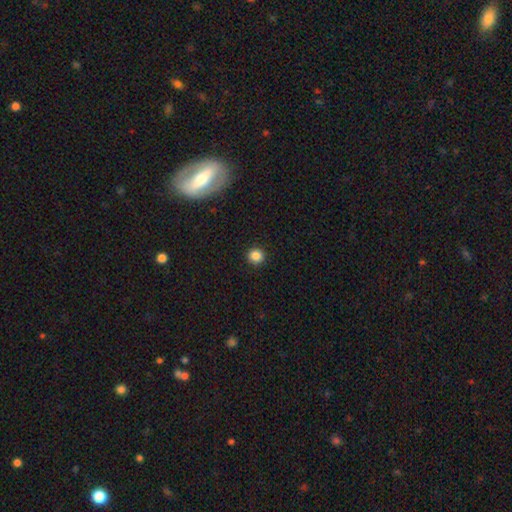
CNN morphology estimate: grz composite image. It shows a smooth galaxy with no disk features (86%) that is round (92%). Merging: none (93%).